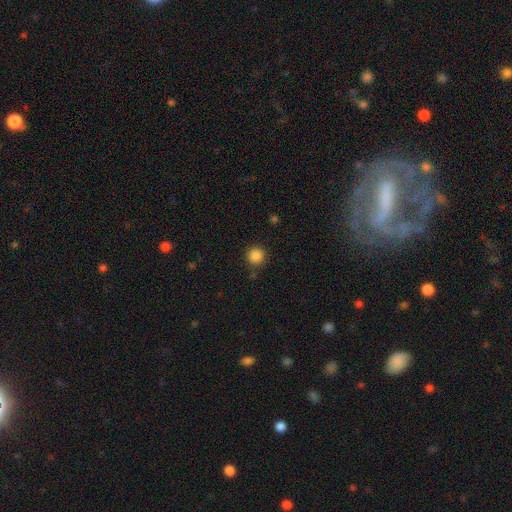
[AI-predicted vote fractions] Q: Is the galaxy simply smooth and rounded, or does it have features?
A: smooth — 85%.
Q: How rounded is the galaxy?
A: round — 95%.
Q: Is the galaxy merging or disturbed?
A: none — 89%.